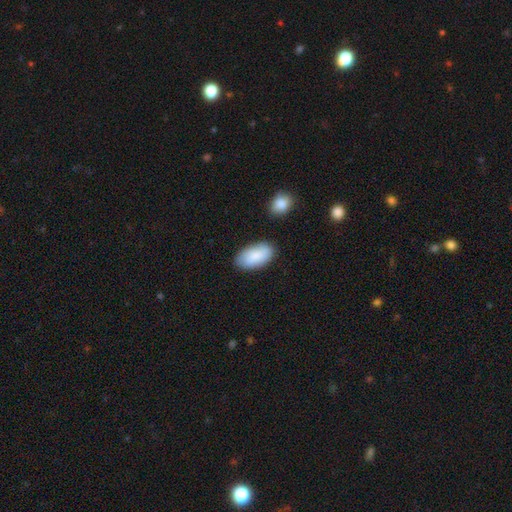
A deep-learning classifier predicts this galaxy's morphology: Q: Smooth or featured?
A: smooth (85%); runner-up: featured or disk (9%)
Q: How rounded?
A: in between (95%); runner-up: round (3%)
Q: Merging?
A: none (80%); runner-up: minor disturbance (14%)